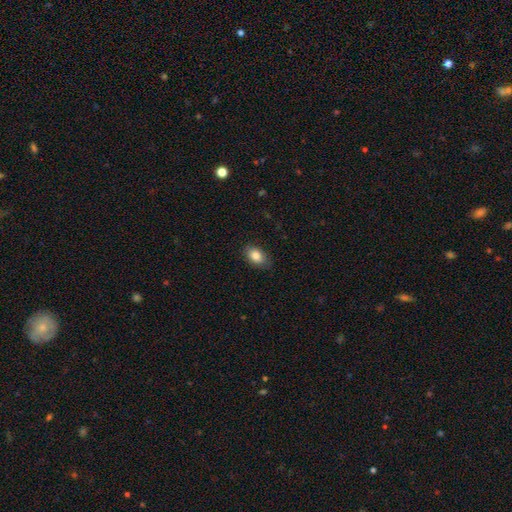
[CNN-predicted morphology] This appears to be a smooth galaxy with no disk features (84%) that is in between round and cigar-shaped (84%). Merging: none (83%).